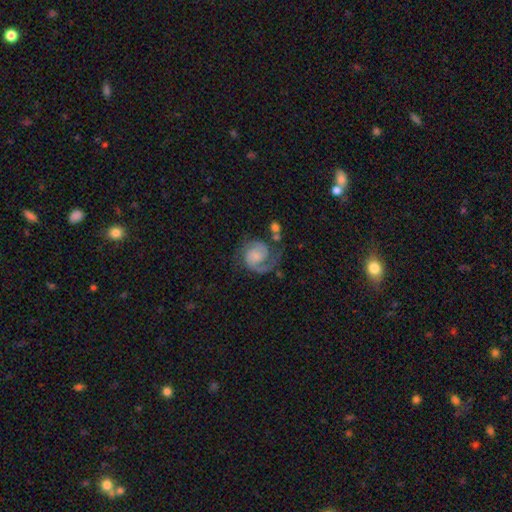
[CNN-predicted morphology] Smooth or featured?
  - featured or disk: 84% *
  - smooth: 10%
  - star or artifact: 6%
Edge-on disk?
  - no: 98% *
  - yes: 2%
Bar?
  - no: 67% *
  - weak: 28%
  - strong: 5%
Spiral arms?
  - yes: 97% *
  - no: 3%
Spiral winding?
  - medium: 45% *
  - tight: 40%
  - loose: 16%
Spiral arm count?
  - 2: 75% *
  - 1: 15%
  - can't tell: 4%
  - 3: 3%
  - 4: 1%
  - more than 4: 1%
Bulge size?
  - small: 41% *
  - none: 25%
  - moderate: 24%
  - large: 8%
  - dominant: 2%
Merging?
  - none: 58% *
  - minor disturbance: 19%
  - major disturbance: 17%
  - merger: 6%